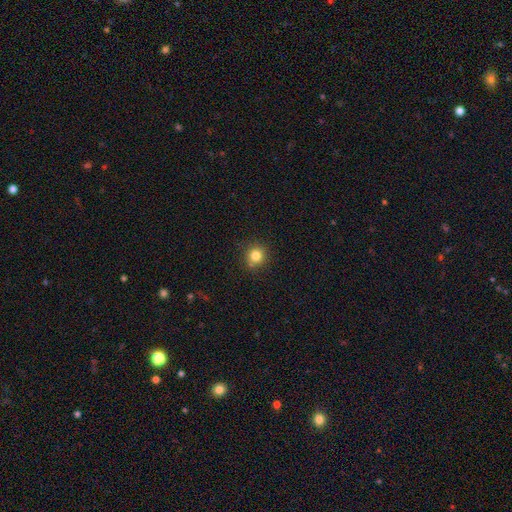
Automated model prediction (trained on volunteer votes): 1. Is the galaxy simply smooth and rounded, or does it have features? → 82% smooth, 13% star or artifact, 6% featured or disk.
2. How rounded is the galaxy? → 90% round, 9% in between, 1% cigar-shaped.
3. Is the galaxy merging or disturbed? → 84% none, 12% minor disturbance, 3% major disturbance, 2% merger.